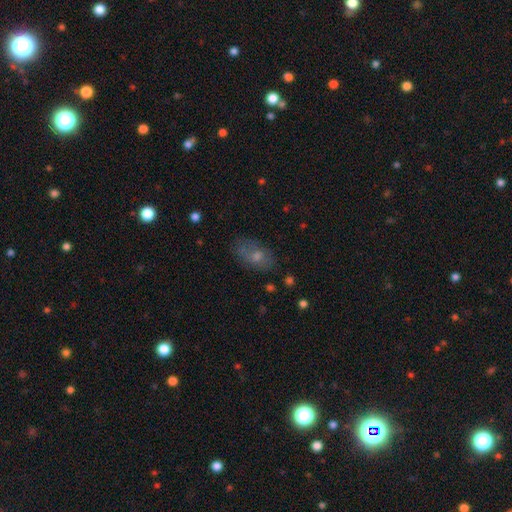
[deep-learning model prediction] Smooth or featured: smooth — 64% (featured or disk — 25%)
How rounded: in between — 88% (round — 9%)
Merging: none — 65% (minor disturbance — 23%)